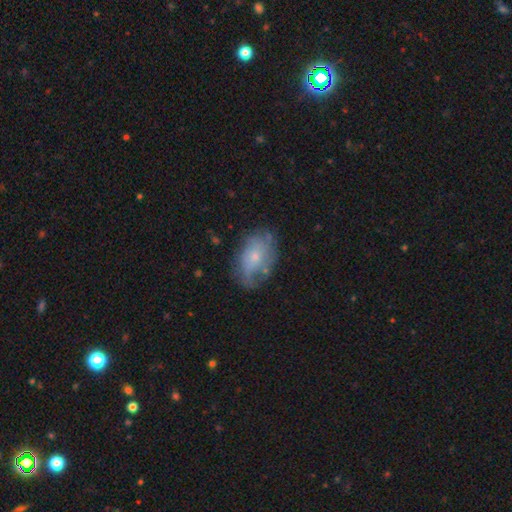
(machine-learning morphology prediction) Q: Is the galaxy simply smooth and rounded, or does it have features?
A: featured or disk — 47%.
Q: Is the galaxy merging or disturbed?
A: none — 57%.